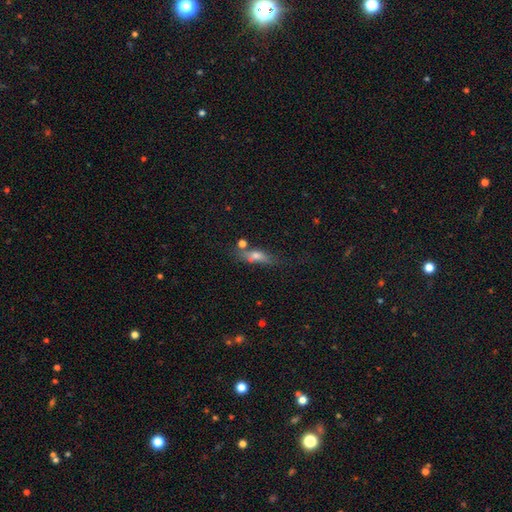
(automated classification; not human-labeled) smooth-or-featured: smooth: 56% | featured or disk: 31% | star or artifact: 13%
  how-rounded: in between: 49% | cigar-shaped: 43% | round: 8%
  merging: none: 46% | minor disturbance: 22% | merger: 20% | major disturbance: 12%